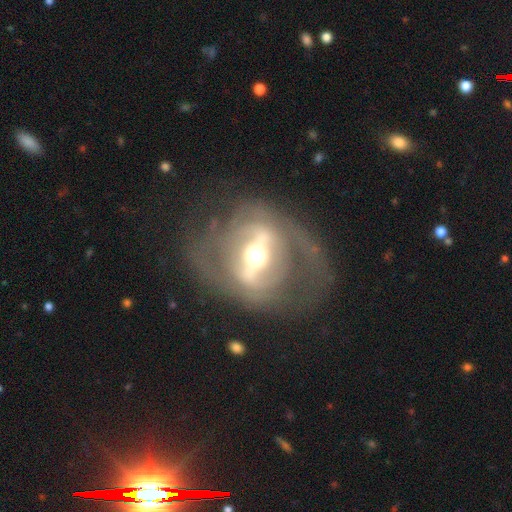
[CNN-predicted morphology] type=featured or disk (81%); edge-on=no (88%); bar=strong (73%); spiral arms=yes (53%); bulge=moderate (65%); merging=none (61%).